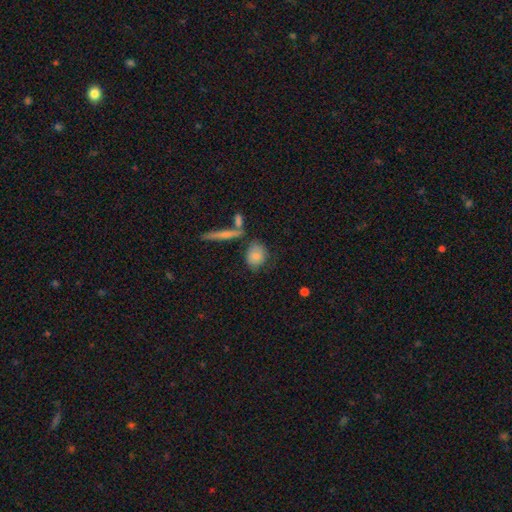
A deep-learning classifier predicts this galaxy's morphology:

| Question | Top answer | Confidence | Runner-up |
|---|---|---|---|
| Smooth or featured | smooth | 80% | featured or disk (12%) |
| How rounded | in between | 54% | round (41%) |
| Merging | none | 61% | minor disturbance (19%) |